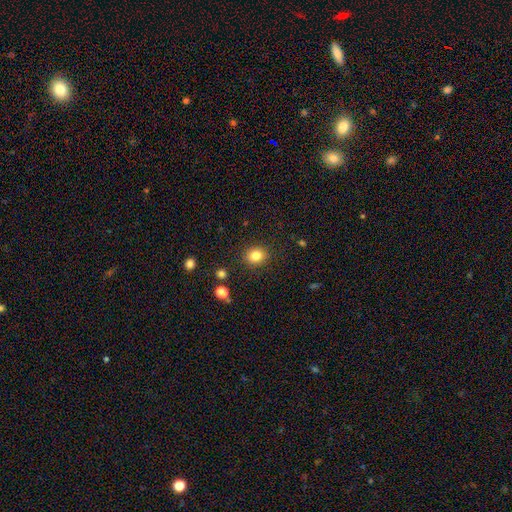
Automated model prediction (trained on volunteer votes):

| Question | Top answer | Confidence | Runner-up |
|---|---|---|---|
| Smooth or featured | smooth | 82% | star or artifact (12%) |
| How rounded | round | 75% | in between (24%) |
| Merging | none | 89% | minor disturbance (7%) |